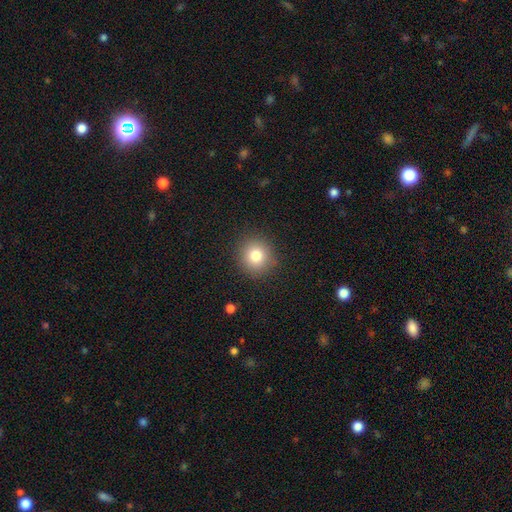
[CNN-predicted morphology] Smooth or featured: smooth — 80% (star or artifact — 12%)
How rounded: round — 92% (in between — 7%)
Merging: none — 90% (minor disturbance — 7%)